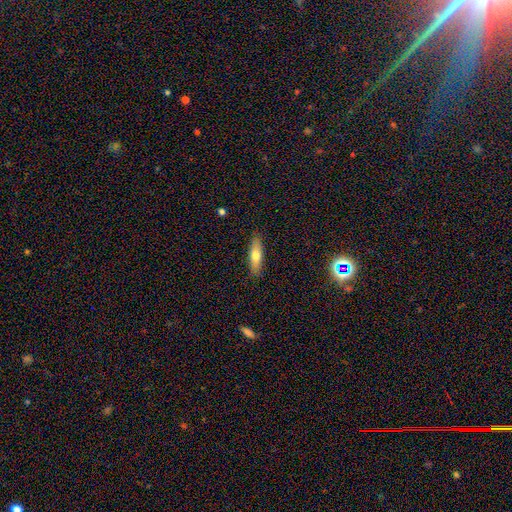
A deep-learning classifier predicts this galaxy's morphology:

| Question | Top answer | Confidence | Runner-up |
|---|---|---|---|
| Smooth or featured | smooth | 66% | featured or disk (27%) |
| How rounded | cigar-shaped | 62% | in between (36%) |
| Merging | none | 88% | minor disturbance (9%) |